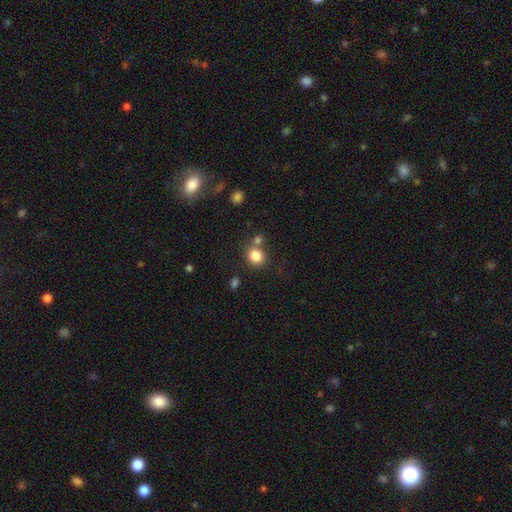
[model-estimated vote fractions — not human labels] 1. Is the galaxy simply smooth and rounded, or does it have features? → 83% smooth, 11% star or artifact, 6% featured or disk.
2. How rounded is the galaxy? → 78% round, 21% in between, 1% cigar-shaped.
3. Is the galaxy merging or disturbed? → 66% none, 21% merger, 10% minor disturbance, 4% major disturbance.